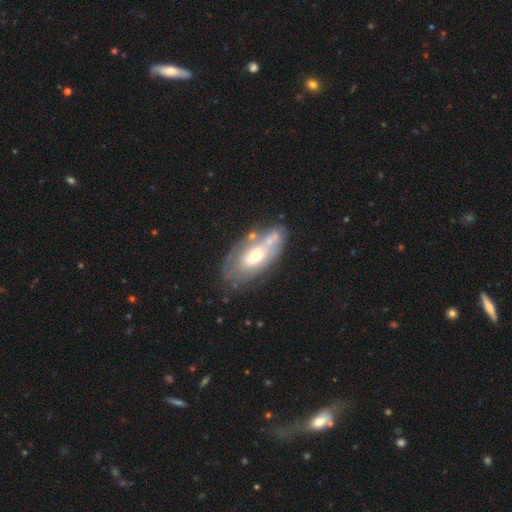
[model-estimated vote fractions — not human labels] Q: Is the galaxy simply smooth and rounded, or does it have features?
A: featured or disk — 62%.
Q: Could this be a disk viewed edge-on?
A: no — 88%.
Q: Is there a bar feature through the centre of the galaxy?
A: no — 75%.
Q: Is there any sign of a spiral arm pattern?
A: no — 60%.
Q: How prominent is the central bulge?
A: moderate — 59%.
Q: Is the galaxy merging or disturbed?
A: none — 53%.